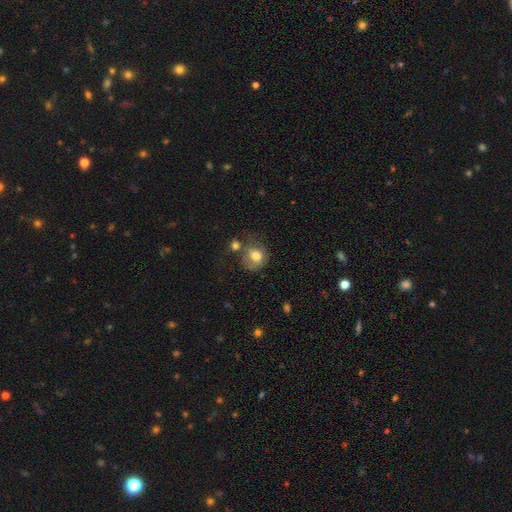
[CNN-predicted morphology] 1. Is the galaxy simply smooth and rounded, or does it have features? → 74% smooth, 17% featured or disk, 8% star or artifact.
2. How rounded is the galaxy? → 69% round, 31% in between, 1% cigar-shaped.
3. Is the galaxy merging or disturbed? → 40% none, 23% minor disturbance, 21% merger, 15% major disturbance.